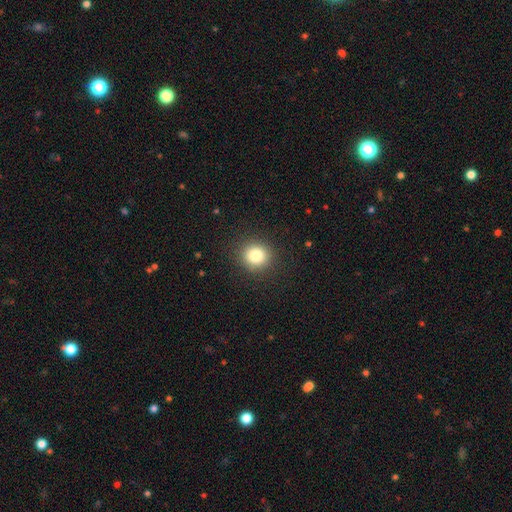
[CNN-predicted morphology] This is clearly a smooth galaxy (82%). How rounded: clearly round (88%). Merging: clearly none (90%).